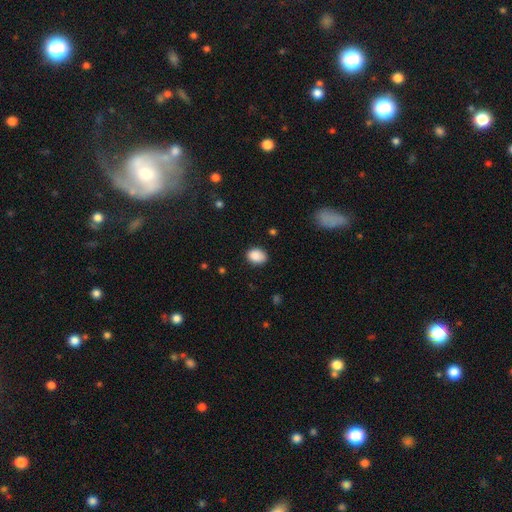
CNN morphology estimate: Overall: smooth (88%). How rounded: in between (71%). Merging: none (80%).